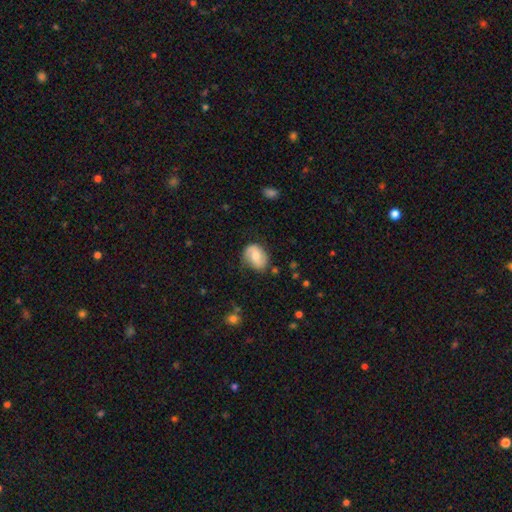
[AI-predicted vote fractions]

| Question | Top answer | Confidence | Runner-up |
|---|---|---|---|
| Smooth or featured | smooth | 51% | featured or disk (42%) |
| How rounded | in between | 67% | round (31%) |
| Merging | none | 61% | minor disturbance (28%) |